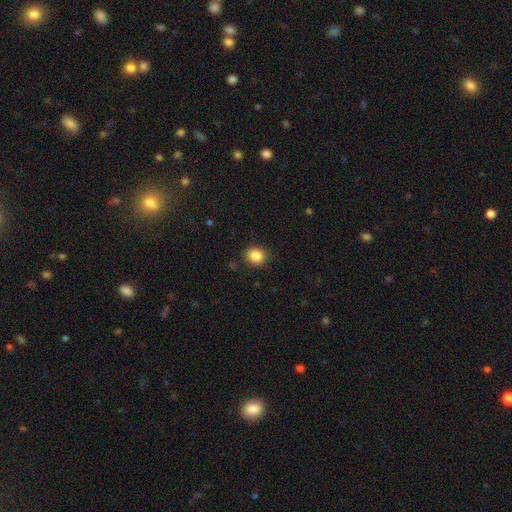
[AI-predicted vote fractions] Overall: smooth (86%). How rounded: round (67%; in between 33%). Merging: none (87%).